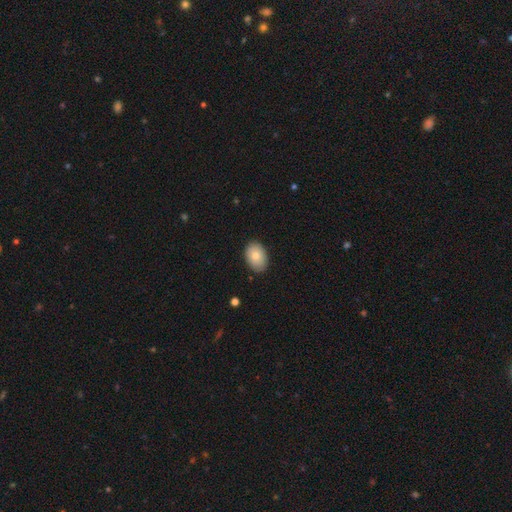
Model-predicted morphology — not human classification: Smooth or featured?
  - smooth: 81% *
  - featured or disk: 12%
  - star or artifact: 7%
How rounded?
  - in between: 85% *
  - round: 14%
  - cigar-shaped: 1%
Merging?
  - none: 85% *
  - minor disturbance: 12%
  - major disturbance: 2%
  - merger: 1%